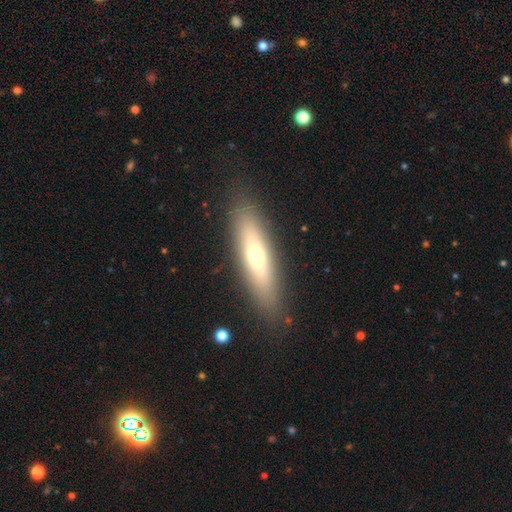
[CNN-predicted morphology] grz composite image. It shows a smooth galaxy with no disk features (55%) that is cigar-shaped (70%). Merging: none (87%).